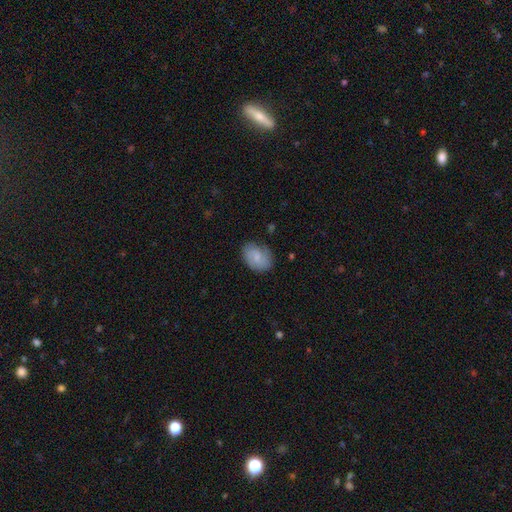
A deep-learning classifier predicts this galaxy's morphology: Smooth or featured?
  - smooth: 64% *
  - featured or disk: 29%
  - star or artifact: 7%
How rounded?
  - in between: 74% *
  - round: 24%
  - cigar-shaped: 1%
Merging?
  - none: 72% *
  - minor disturbance: 22%
  - major disturbance: 5%
  - merger: 1%